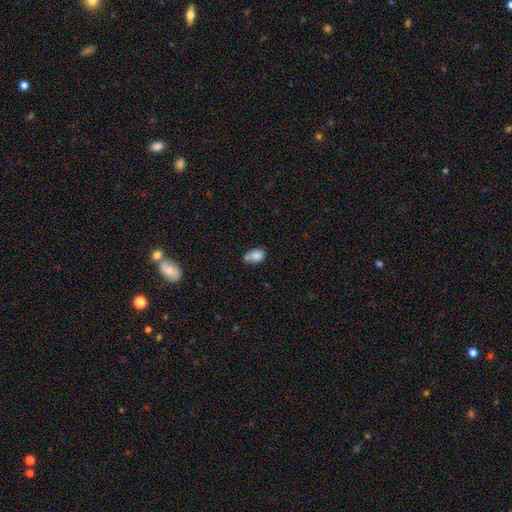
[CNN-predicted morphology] This is clearly a smooth galaxy (81%). How rounded: clearly in between (80%). Merging: marginally none (43%).